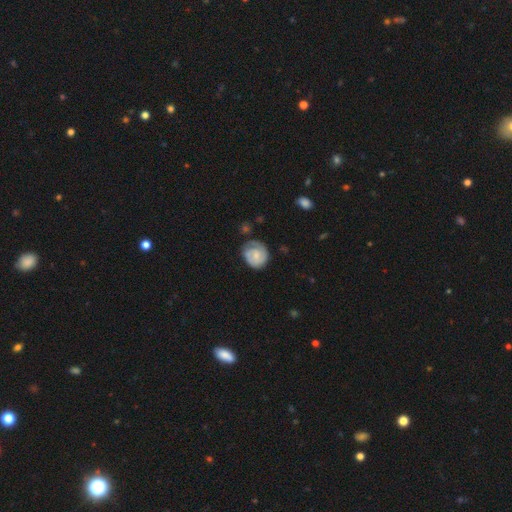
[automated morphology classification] The model was most divided on "smooth or featured": featured or disk: 55%, smooth: 39%, star or artifact: 6%. More confident: edge-on disk — no (98%); spiral arms — yes (84%); bar — no (62%); merging — none (61%); bulge size — small (56%).